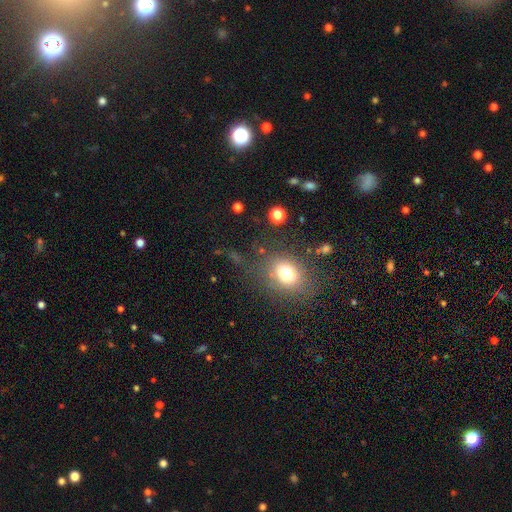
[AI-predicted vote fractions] The model was most divided on "smooth or featured": smooth: 52%, star or artifact: 37%, featured or disk: 11%. More confident: merging — none (79%); how rounded — round (66%).